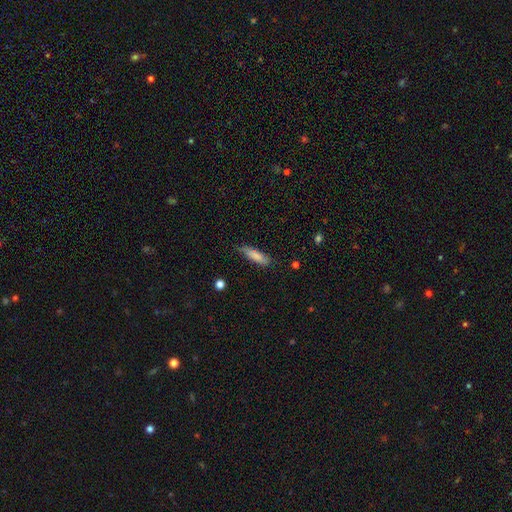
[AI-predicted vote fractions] Smooth or featured?
  - smooth: 82% *
  - featured or disk: 12%
  - star or artifact: 6%
How rounded?
  - cigar-shaped: 65% *
  - in between: 33%
  - round: 2%
Merging?
  - none: 70% *
  - minor disturbance: 24%
  - major disturbance: 4%
  - merger: 2%